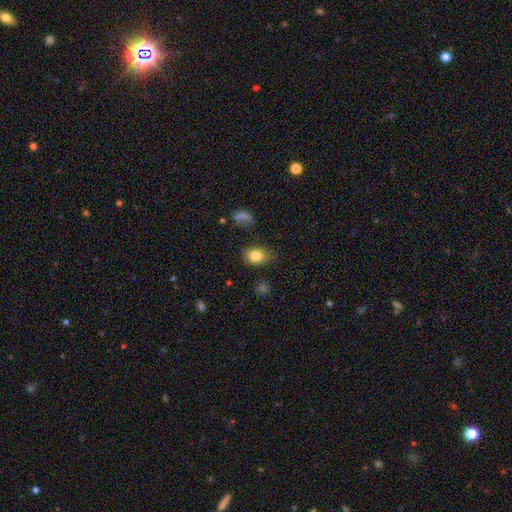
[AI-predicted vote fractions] A smooth galaxy with no disk features (80%) that is in between round and cigar-shaped (66%).

Vote fractions:
- Smooth or featured? smooth: 80% / star or artifact: 10% / featured or disk: 10%
- How rounded? in between: 66% / round: 32% / cigar-shaped: 1%
- Merging? none: 79% / minor disturbance: 15% / major disturbance: 4% / merger: 2%